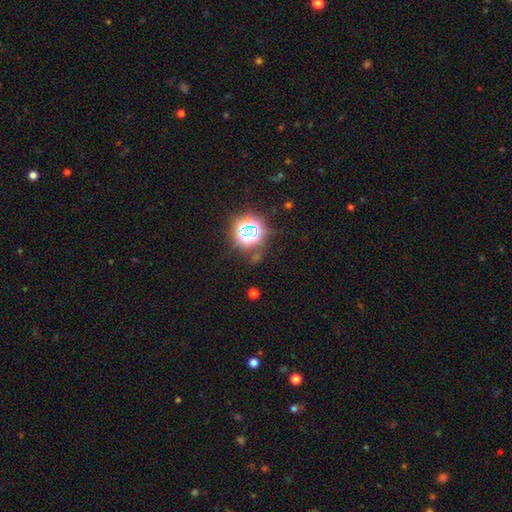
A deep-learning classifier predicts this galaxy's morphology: This appears to be a star or artifact, not a galaxy (71%).